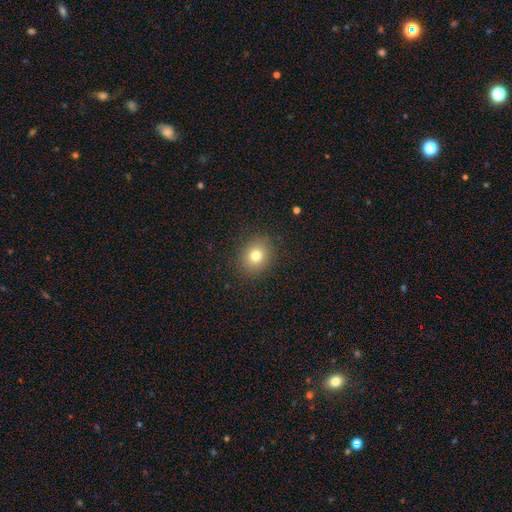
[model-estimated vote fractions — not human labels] Q: Smooth or featured?
A: smooth (78%); runner-up: star or artifact (13%)
Q: How rounded?
A: round (71%); runner-up: in between (28%)
Q: Merging?
A: none (89%); runner-up: minor disturbance (7%)